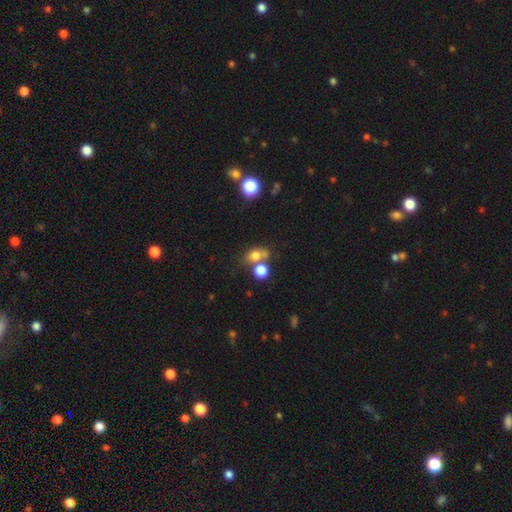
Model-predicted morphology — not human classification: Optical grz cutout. It shows a smooth galaxy with no disk features (74%) that is round (49%). Merging: none (46%).